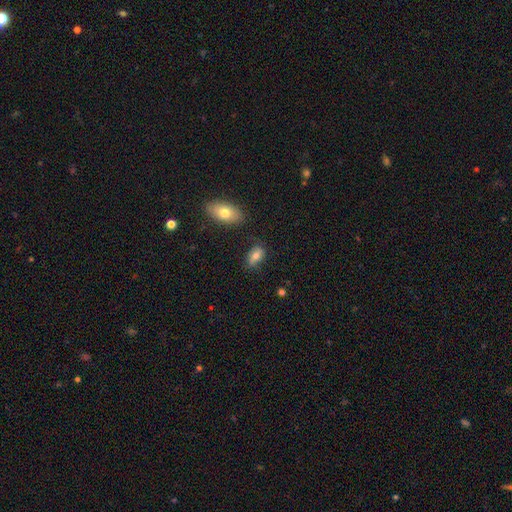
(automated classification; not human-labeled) A smooth galaxy with no disk features (70%) that is in between round and cigar-shaped (87%). Merging: none (72%).